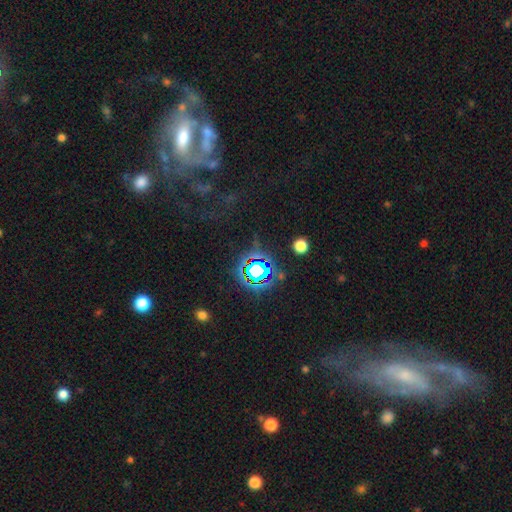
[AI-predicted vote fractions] smooth_or_featured: featured or disk (p=0.59) [alt: star or artifact p=0.23]
disk_edge_on: no (p=0.82) [alt: yes p=0.18]
merging: none (p=0.56) [alt: major disturbance p=0.16]